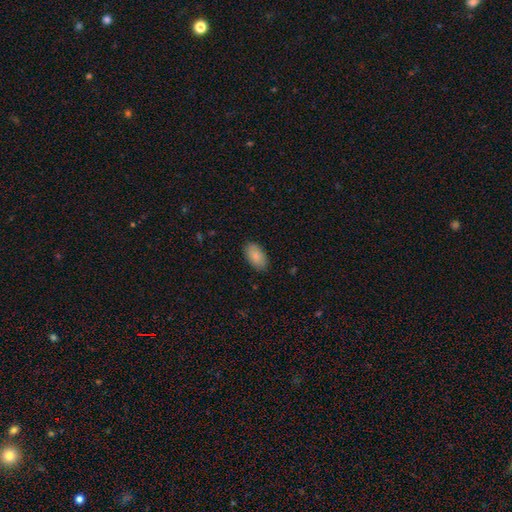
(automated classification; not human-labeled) A smooth galaxy with no disk features (86%) that is in between round and cigar-shaped (94%). Merging: none (87%).